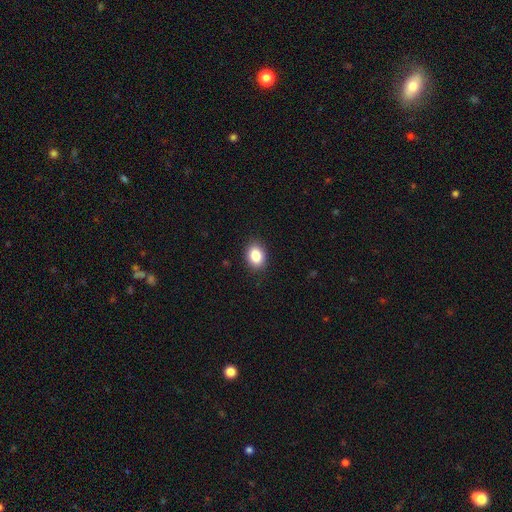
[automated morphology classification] smooth_or_featured: smooth (p=0.86) [alt: star or artifact p=0.09]
how_rounded: in between (p=0.65) [alt: round p=0.34]
merging: none (p=0.89) [alt: minor disturbance p=0.08]